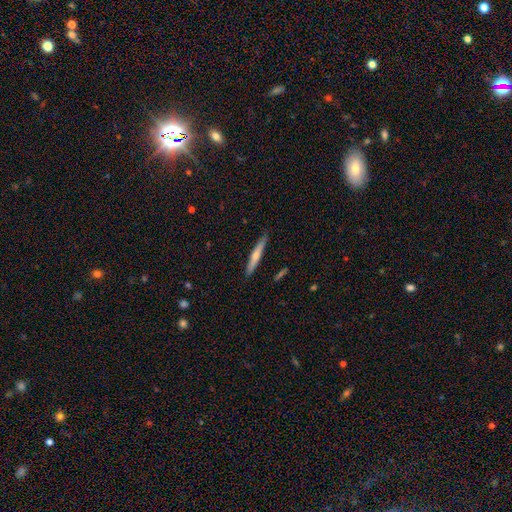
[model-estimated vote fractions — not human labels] This is possibly a smooth galaxy (53%). How rounded: clearly cigar-shaped (94%). Merging: clearly none (88%).